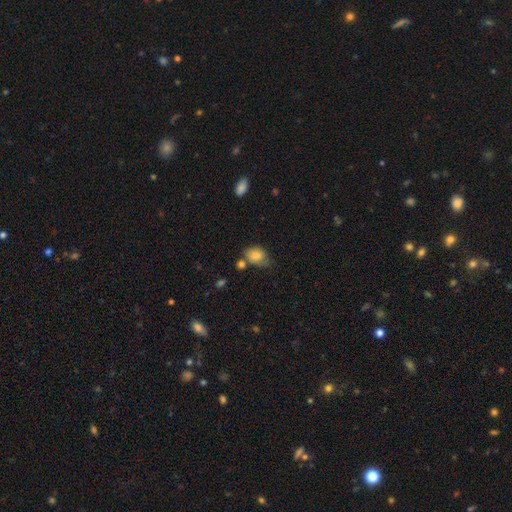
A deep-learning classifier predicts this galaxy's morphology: A smooth galaxy with no disk features (79%) that is in between round and cigar-shaped (65%).

Vote fractions:
- Smooth or featured? smooth: 79% / featured or disk: 12% / star or artifact: 9%
- How rounded? in between: 65% / round: 34% / cigar-shaped: 1%
- Merging? none: 47% / minor disturbance: 31% / merger: 12% / major disturbance: 10%